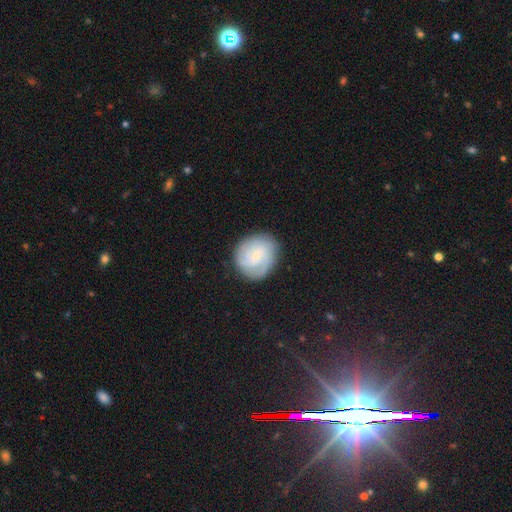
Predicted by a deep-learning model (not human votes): This appears to be a featured or disk galaxy (55%) with a weak bar (50%), spiral arms (89%) and a small central bulge (66%). Merging: none (80%).